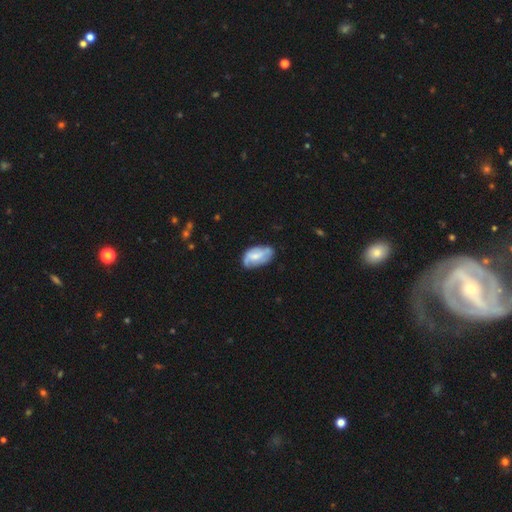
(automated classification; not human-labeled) smooth-or-featured: featured or disk: 49% | smooth: 45% | star or artifact: 7%
  merging: none: 54% | minor disturbance: 32% | major disturbance: 11% | merger: 3%